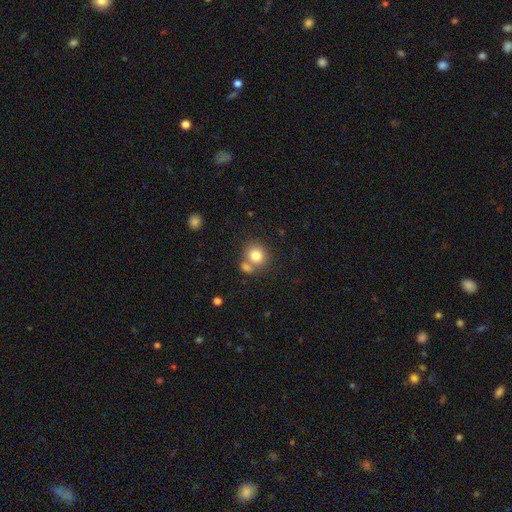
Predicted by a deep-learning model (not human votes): Morphology: type=smooth (80%); roundness=round (83%); merging=none (57%).